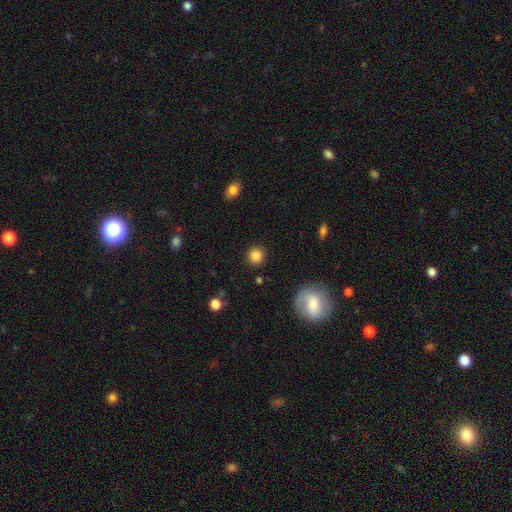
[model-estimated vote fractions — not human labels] Smooth or featured? smooth (85%)
How rounded? round (91%)
Merging? none (90%)